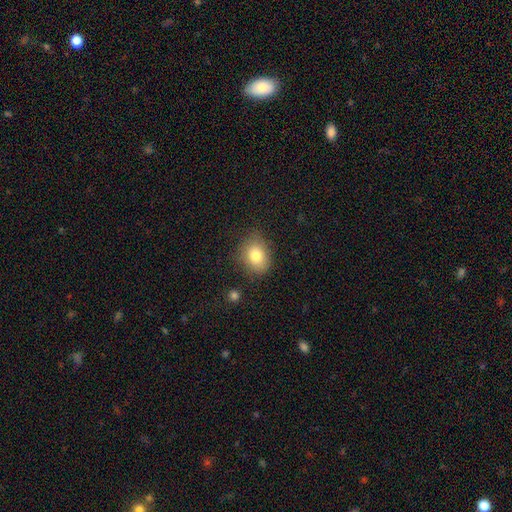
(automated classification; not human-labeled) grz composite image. It shows a smooth galaxy with no disk features (79%) that is round (50%). Merging: none (76%).